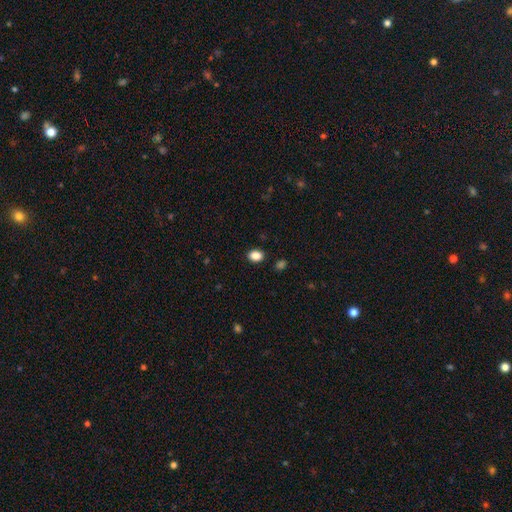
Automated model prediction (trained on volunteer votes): This appears to be a smooth galaxy with no disk features (87%) that is in between round and cigar-shaped (68%). Merging: none (88%).